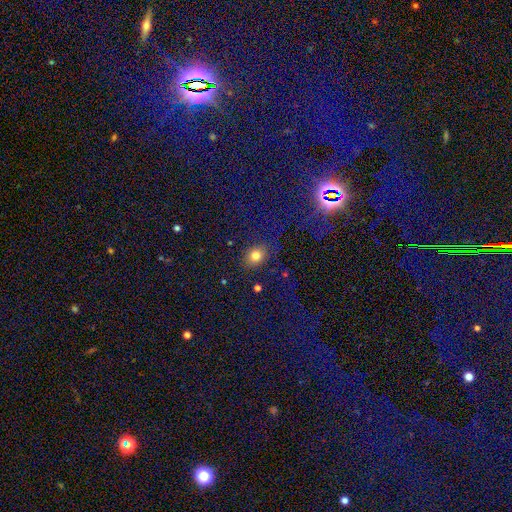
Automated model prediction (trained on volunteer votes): smooth_or_featured: smooth (p=0.78) [alt: star or artifact p=0.14]
how_rounded: round (p=0.55) [alt: in between p=0.44]
merging: none (p=0.80) [alt: minor disturbance p=0.13]